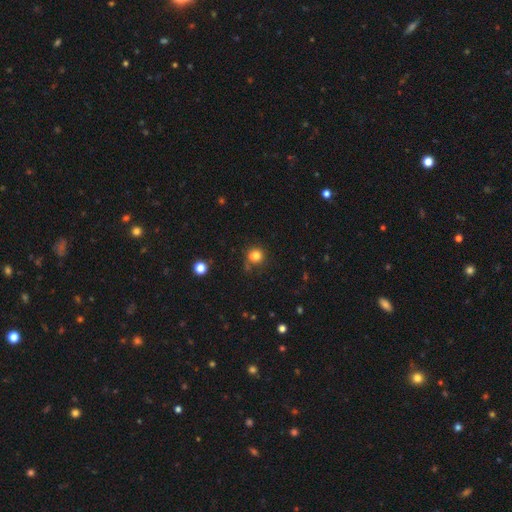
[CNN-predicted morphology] Smooth or featured? Predicted: smooth (p=0.80). How rounded? Predicted: round (p=0.89). Merging? Predicted: none (p=0.70).